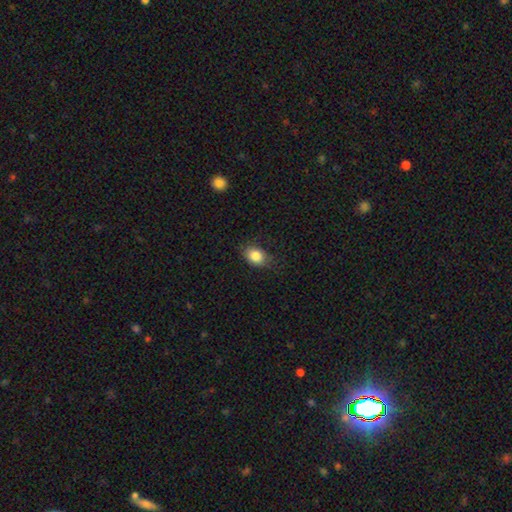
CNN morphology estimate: smooth_or_featured: smooth (p=0.84) [alt: star or artifact p=0.09]
how_rounded: in between (p=0.64) [alt: round p=0.35]
merging: none (p=0.76) [alt: minor disturbance p=0.19]